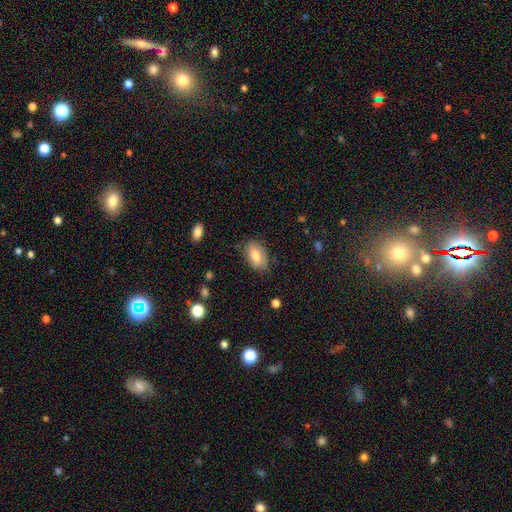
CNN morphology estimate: This is likely a smooth galaxy (76%). How rounded: clearly in between (92%). Merging: likely none (79%).